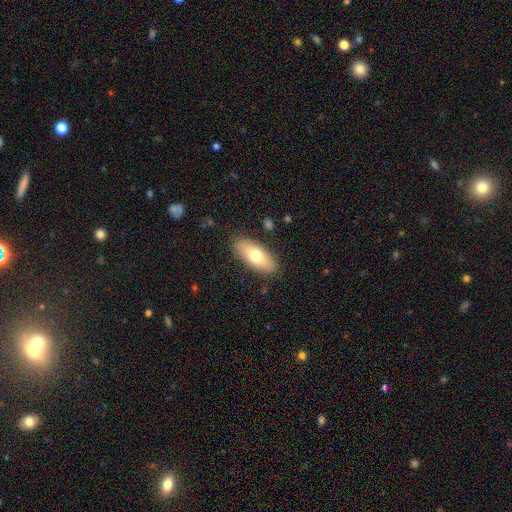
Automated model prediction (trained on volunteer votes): Overall: smooth (69%). How rounded: in between (85%). Merging: none (86%).